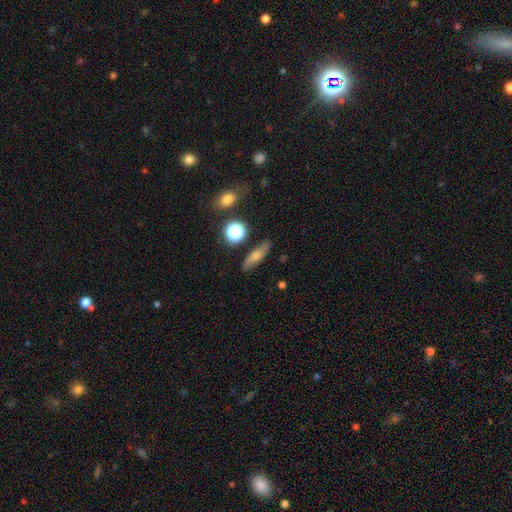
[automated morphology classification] Overall: smooth (64%; featured or disk 24%). How rounded: cigar-shaped (51%; in between 38%). Merging: none (80%).